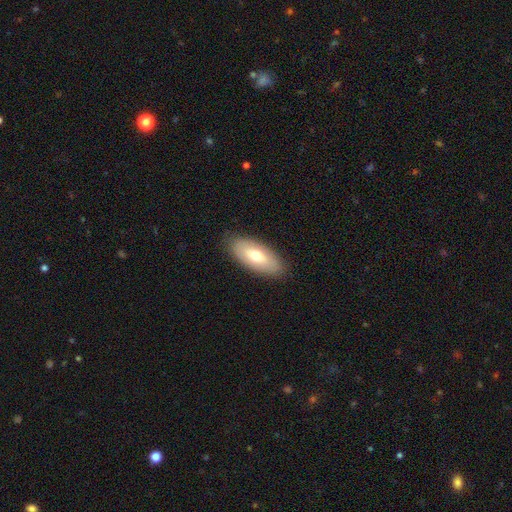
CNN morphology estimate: smooth-or-featured: smooth: 65% | featured or disk: 29% | star or artifact: 6%
  how-rounded: in between: 89% | cigar-shaped: 9% | round: 2%
  merging: none: 86% | minor disturbance: 10% | major disturbance: 2% | merger: 1%